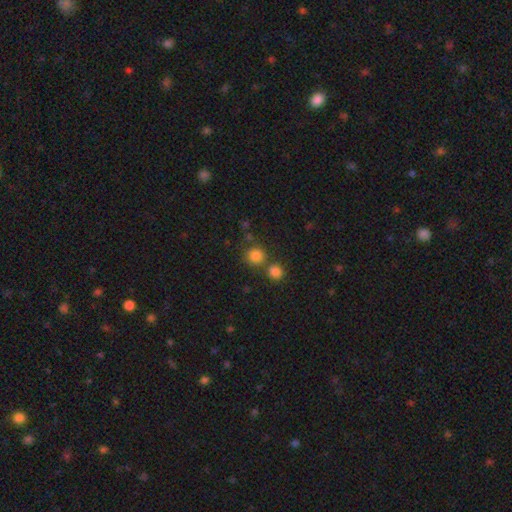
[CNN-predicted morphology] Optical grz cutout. It shows a smooth galaxy with no disk features (81%) that is round (87%). Merging: none (61%).